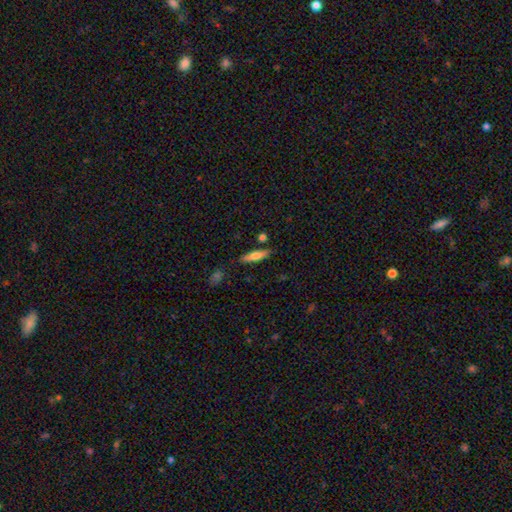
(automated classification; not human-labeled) Q: Smooth or featured?
A: smooth (59%); runner-up: featured or disk (34%)
Q: How rounded?
A: cigar-shaped (75%); runner-up: in between (23%)
Q: Merging?
A: none (83%); runner-up: minor disturbance (10%)